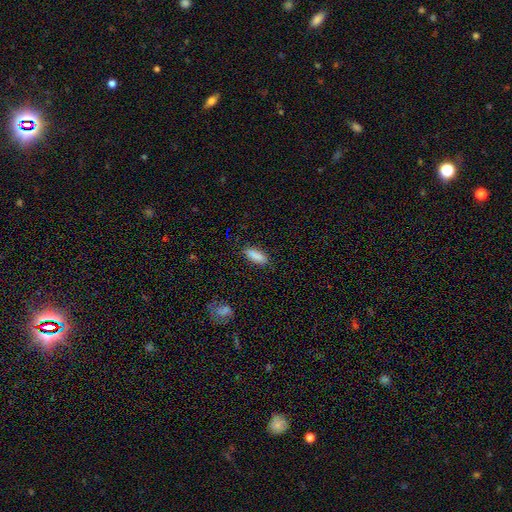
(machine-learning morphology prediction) Smooth or featured? Predicted: smooth (p=0.87). How rounded? Predicted: in between (p=0.61). Merging? Predicted: none (p=0.86).